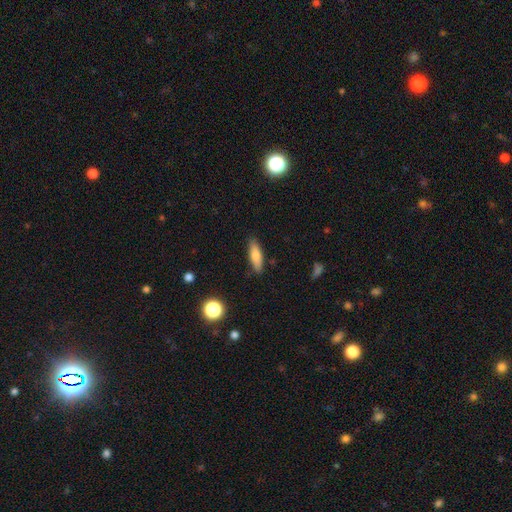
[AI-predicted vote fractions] Overall: smooth (74%). How rounded: cigar-shaped (53%; in between 45%). Merging: none (86%).